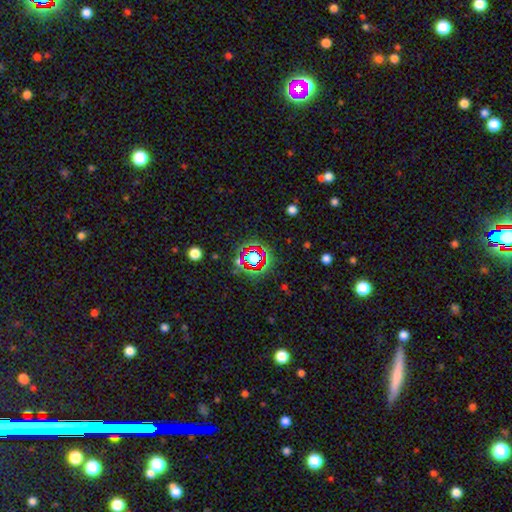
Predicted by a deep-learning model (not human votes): This appears to be a star or artifact, not a galaxy (65%).